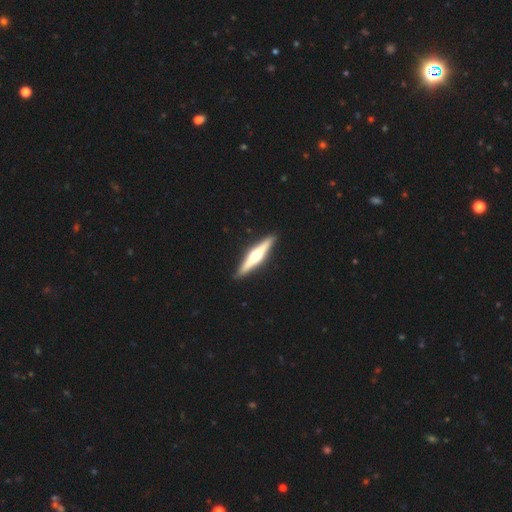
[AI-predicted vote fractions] Smooth or featured: featured or disk — 70% (smooth — 25%)
Edge-on disk: yes — 97% (no — 3%)
Edge-on bulge: rounded — 94% (boxy — 4%)
Merging: none — 92% (minor disturbance — 6%)